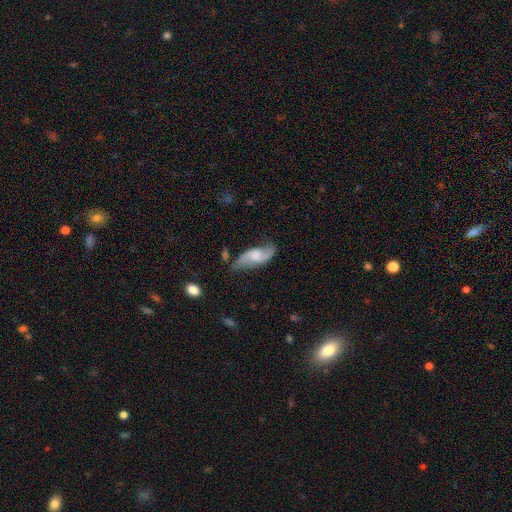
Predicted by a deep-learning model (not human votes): Smooth or featured?
  - featured or disk: 67% *
  - smooth: 26%
  - star or artifact: 6%
Edge-on disk?
  - no: 92% *
  - yes: 8%
Bar?
  - no: 49% *
  - weak: 42%
  - strong: 9%
Spiral arms?
  - yes: 92% *
  - no: 8%
Spiral winding?
  - loose: 62% *
  - medium: 29%
  - tight: 9%
Spiral arm count?
  - 2: 89% *
  - can't tell: 5%
  - 1: 3%
  - 3: 1%
  - 4: 1%
  - more than 4: 1%
Bulge size?
  - moderate: 36% *
  - small: 25%
  - none: 23%
  - large: 14%
  - dominant: 2%
Merging?
  - none: 65% *
  - minor disturbance: 23%
  - major disturbance: 8%
  - merger: 4%